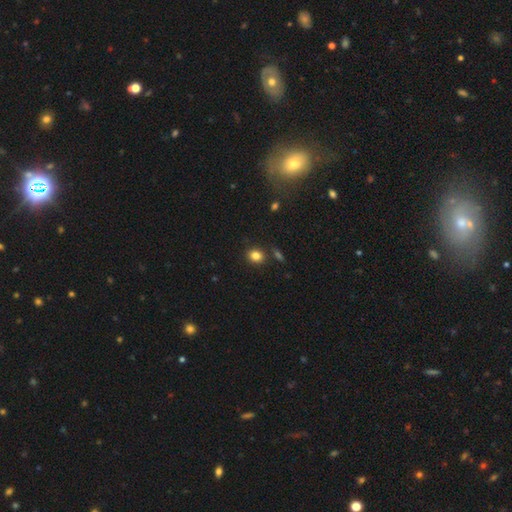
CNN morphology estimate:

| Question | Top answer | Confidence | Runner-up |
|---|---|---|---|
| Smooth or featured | smooth | 82% | star or artifact (12%) |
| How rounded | round | 64% | in between (35%) |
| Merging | none | 83% | minor disturbance (9%) |